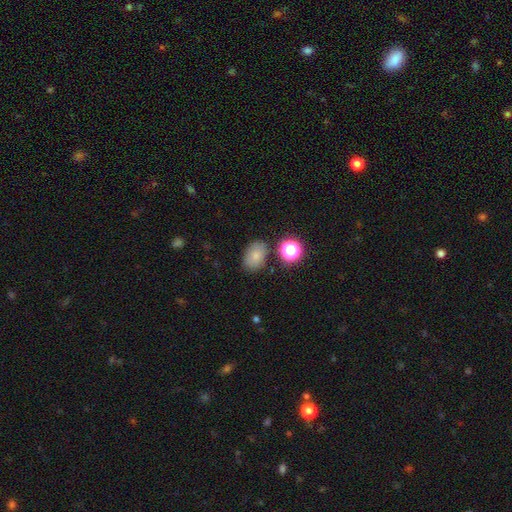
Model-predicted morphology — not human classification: Overall: smooth (78%). How rounded: in between (80%). Merging: none (77%).